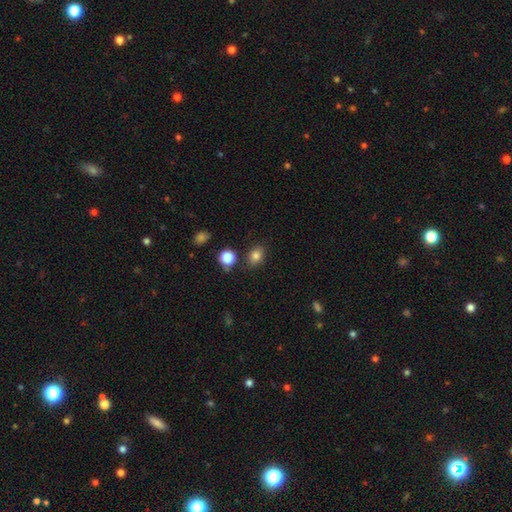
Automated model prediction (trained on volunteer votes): This is clearly a smooth galaxy (81%). How rounded: likely in between (65%). Merging: likely none (80%).